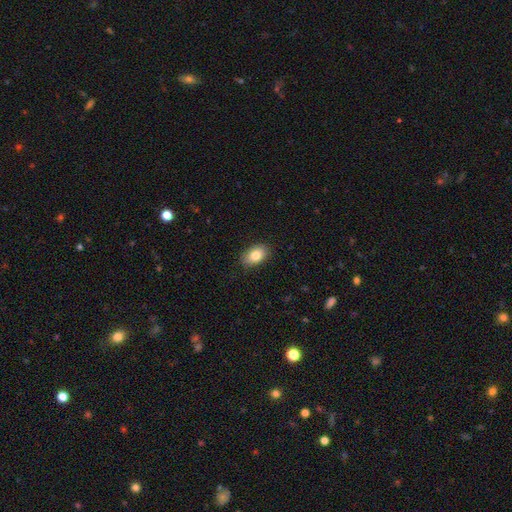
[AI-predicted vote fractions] This is clearly a smooth galaxy (82%). How rounded: clearly in between (89%). Merging: clearly none (87%).